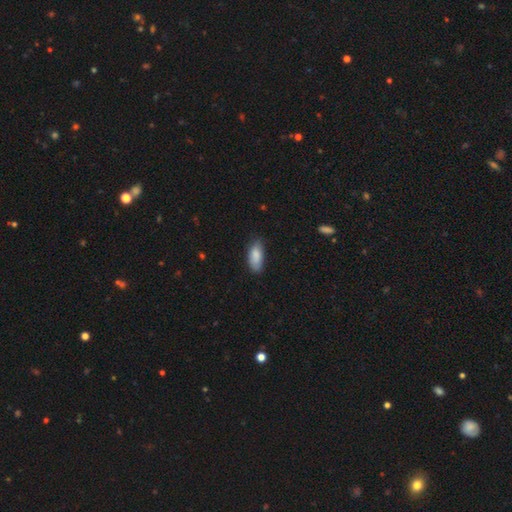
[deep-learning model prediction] Smooth or featured? smooth (86%)
How rounded? in between (86%)
Merging? none (73%)